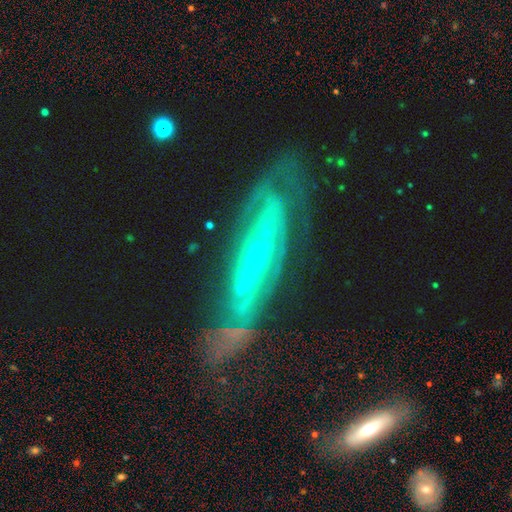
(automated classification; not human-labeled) Morphology: type=featured or disk (82%); edge-on=no (71%); bar=no (58%); spiral arms=yes (79%); bulge=small (75%); merging=none (52%).